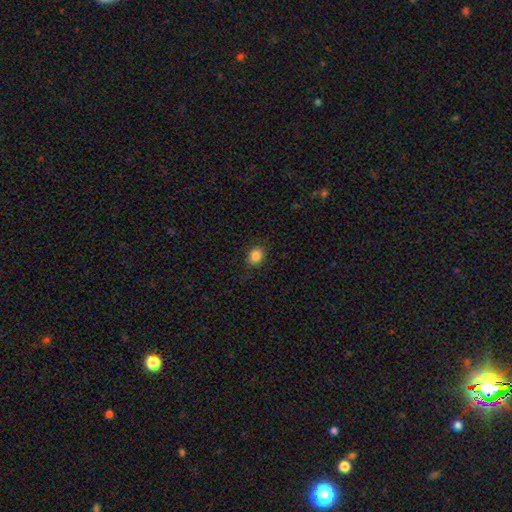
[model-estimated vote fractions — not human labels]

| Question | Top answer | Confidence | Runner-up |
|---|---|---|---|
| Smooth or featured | smooth | 85% | star or artifact (10%) |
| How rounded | round | 50% | in between (49%) |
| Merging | none | 86% | minor disturbance (11%) |